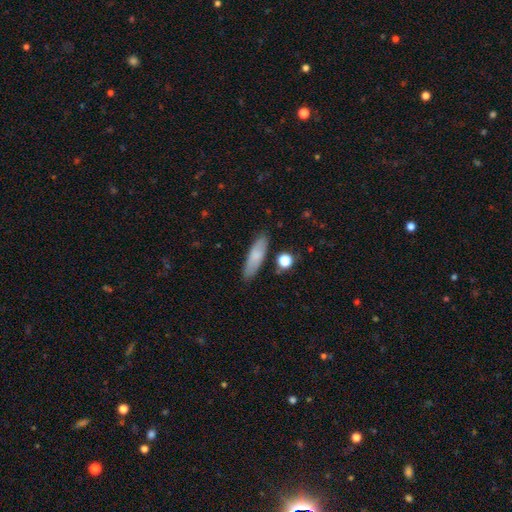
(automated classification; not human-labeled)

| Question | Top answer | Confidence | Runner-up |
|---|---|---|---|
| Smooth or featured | smooth | 78% | featured or disk (15%) |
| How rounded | cigar-shaped | 56% | in between (41%) |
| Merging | none | 84% | minor disturbance (11%) |